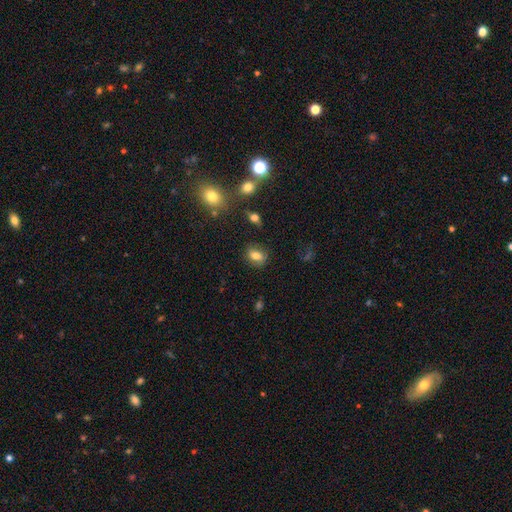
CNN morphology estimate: This is likely a smooth galaxy (76%). How rounded: likely in between (70%). Merging: clearly none (81%).